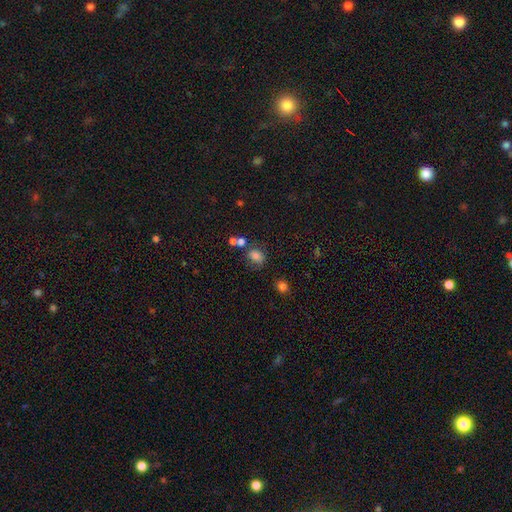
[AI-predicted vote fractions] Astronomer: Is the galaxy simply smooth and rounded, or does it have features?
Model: smooth — 77%.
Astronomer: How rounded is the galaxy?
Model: in between — 63%.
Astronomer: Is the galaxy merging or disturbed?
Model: none — 57%.